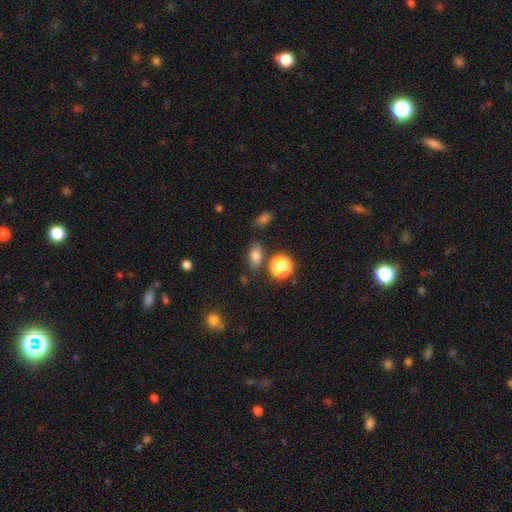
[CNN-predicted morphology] type=smooth (76%); roundness=in between (78%); merging=none (76%).